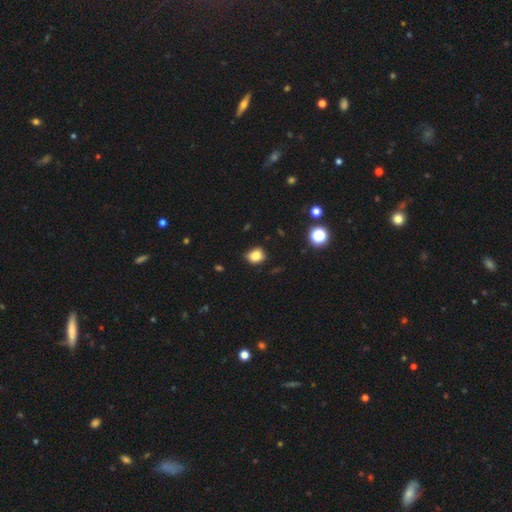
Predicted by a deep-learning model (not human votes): This appears to be a smooth galaxy with no disk features (82%) that is round (61%). Merging: none (78%).